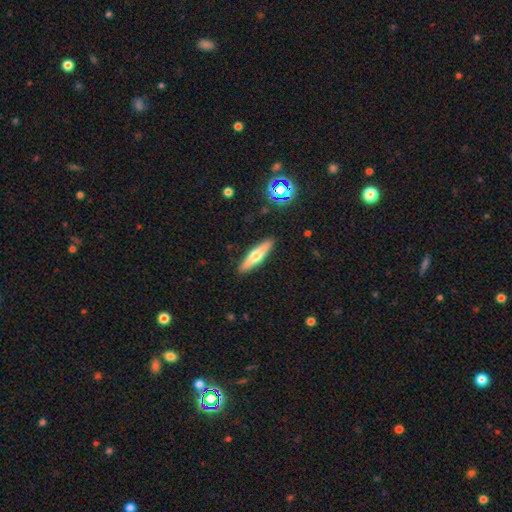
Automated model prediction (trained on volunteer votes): Overall: smooth (48%; featured or disk 46%). Merging: none (91%).